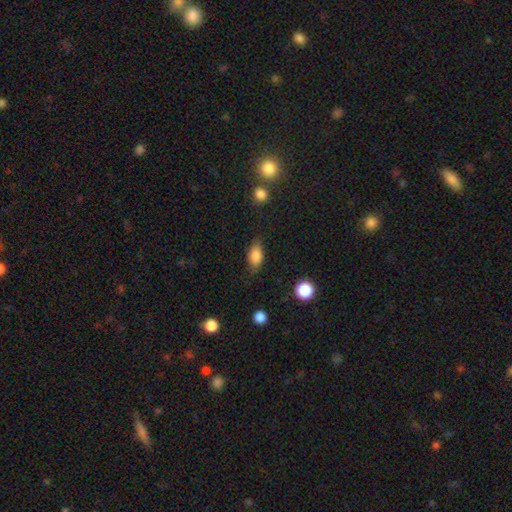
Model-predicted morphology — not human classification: Smooth or featured?
  - smooth: 83% *
  - featured or disk: 9%
  - star or artifact: 8%
How rounded?
  - in between: 85% *
  - round: 9%
  - cigar-shaped: 6%
Merging?
  - none: 75% *
  - minor disturbance: 18%
  - major disturbance: 5%
  - merger: 2%